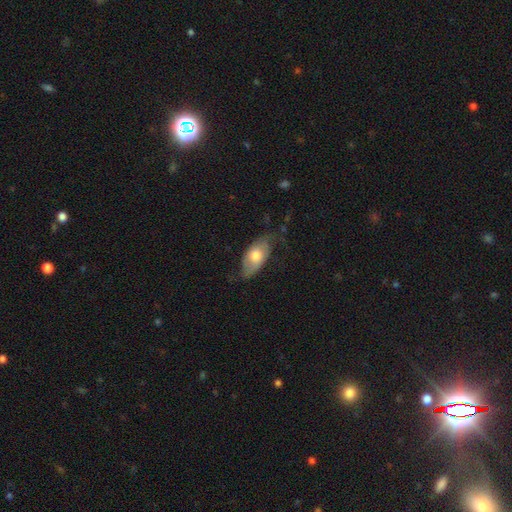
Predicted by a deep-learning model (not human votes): smooth_or_featured: smooth (p=0.53) [alt: featured or disk p=0.41]
how_rounded: in between (p=0.89) [alt: cigar-shaped p=0.06]
merging: none (p=0.49) [alt: minor disturbance p=0.32]